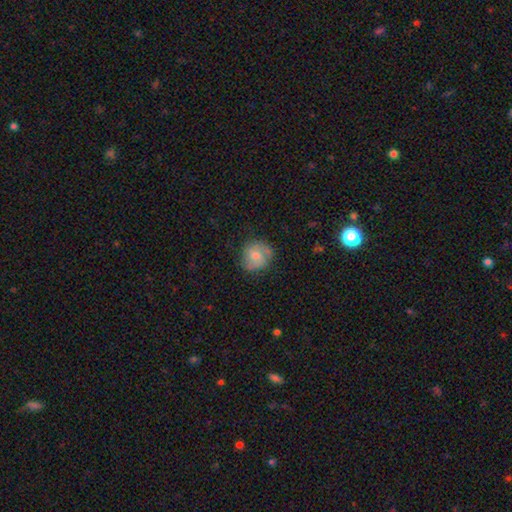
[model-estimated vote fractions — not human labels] Overall: smooth (47%; featured or disk 44%). Merging: none (73%).